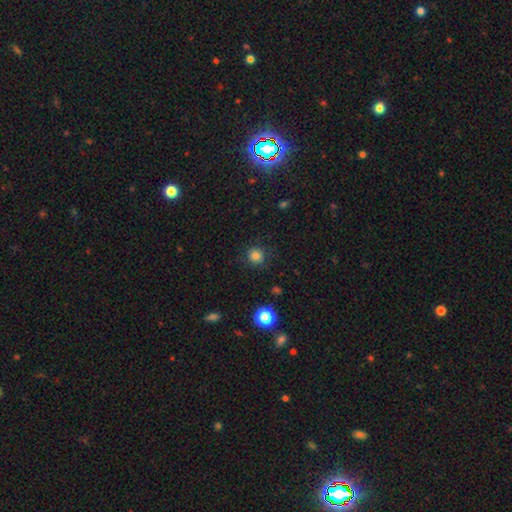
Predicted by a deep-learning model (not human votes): Smooth or featured?
  - smooth: 82% *
  - star or artifact: 13%
  - featured or disk: 5%
How rounded?
  - round: 90% *
  - in between: 9%
  - cigar-shaped: 1%
Merging?
  - none: 84% *
  - minor disturbance: 11%
  - major disturbance: 4%
  - merger: 1%